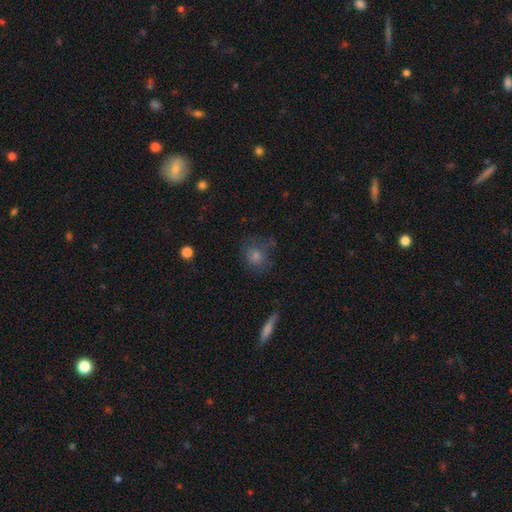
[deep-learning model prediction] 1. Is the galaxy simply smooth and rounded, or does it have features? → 58% smooth, 23% featured or disk, 19% star or artifact.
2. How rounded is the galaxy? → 74% round, 23% in between, 3% cigar-shaped.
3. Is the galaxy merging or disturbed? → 68% none, 19% minor disturbance, 10% major disturbance, 3% merger.